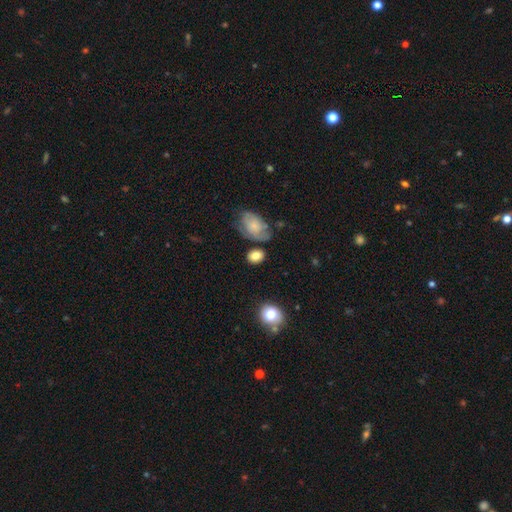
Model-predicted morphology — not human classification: smooth 79%, featured or disk 11%, star or artifact 10%. Down the decision tree: how rounded — in between (62%); merging — none (68%).